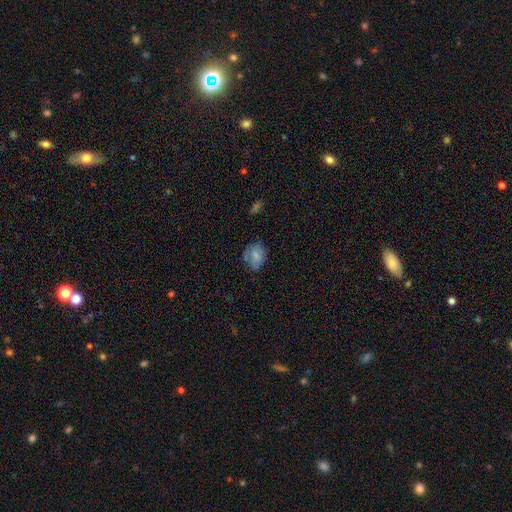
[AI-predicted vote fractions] The model was most divided on "how rounded": in between: 50%, round: 49%, cigar-shaped: 1%. More confident: smooth or featured — smooth (73%); merging — none (63%).